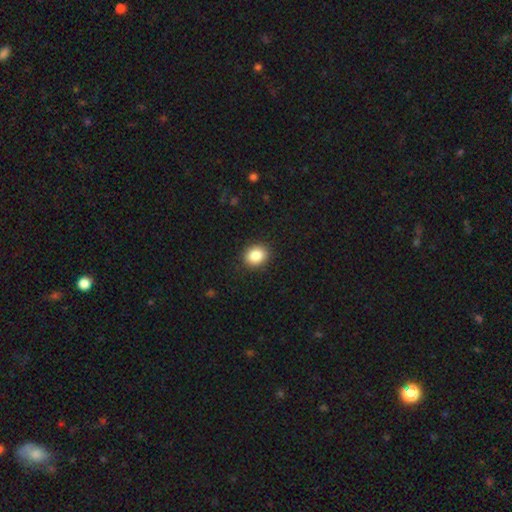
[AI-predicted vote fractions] A smooth galaxy with no disk features (87%) that is round (58%). Merging: none (90%).